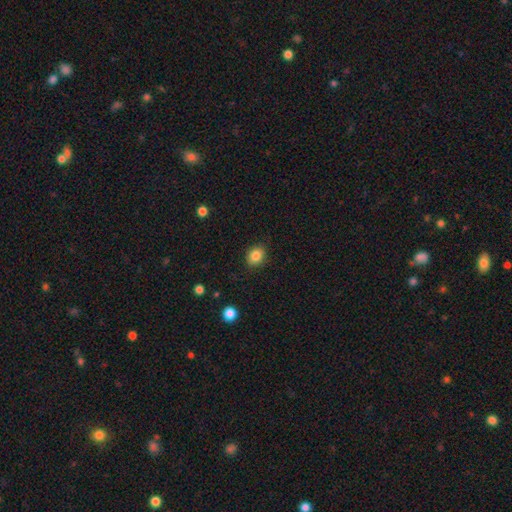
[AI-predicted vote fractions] The model was most divided on "how rounded": round: 55%, in between: 45%, cigar-shaped: 1%. More confident: merging — none (87%); smooth or featured — smooth (85%).